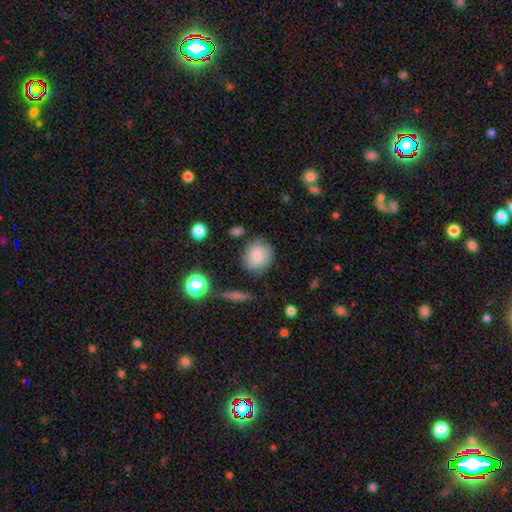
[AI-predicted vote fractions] smooth-or-featured: smooth: 73% | featured or disk: 18% | star or artifact: 9%
  how-rounded: round: 71% | in between: 27% | cigar-shaped: 1%
  merging: none: 67% | minor disturbance: 22% | major disturbance: 7% | merger: 4%